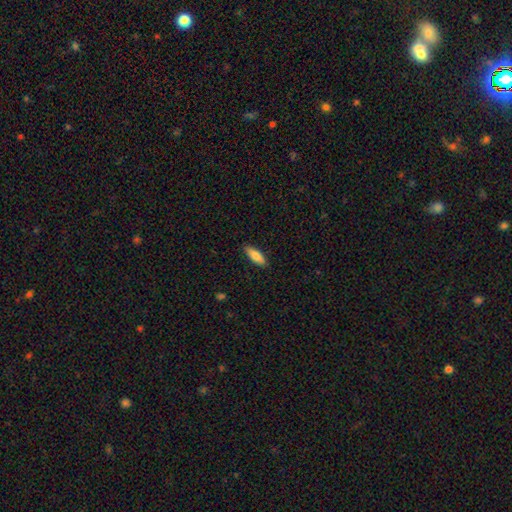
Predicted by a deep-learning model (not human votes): smooth 81%, featured or disk 13%, star or artifact 6%. Down the decision tree: how rounded — in between (58%); merging — none (88%).